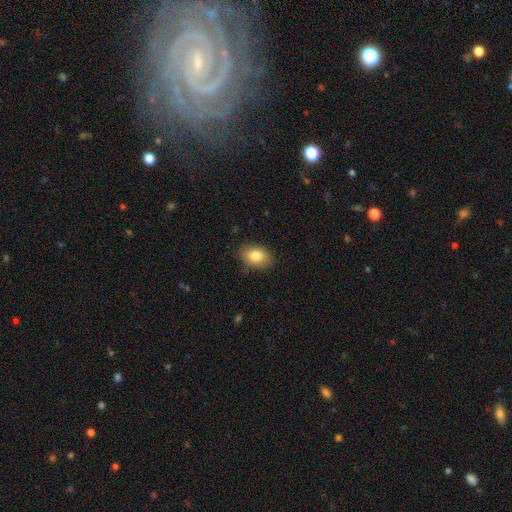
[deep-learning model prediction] The model was most divided on "how rounded": in between: 81%, round: 18%, cigar-shaped: 1%. More confident: smooth or featured — smooth (84%); merging — none (83%).